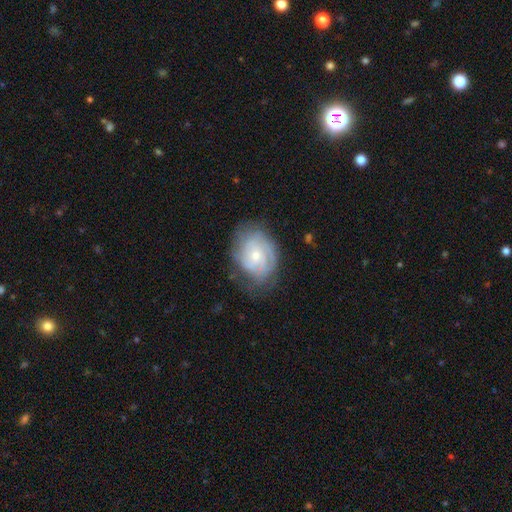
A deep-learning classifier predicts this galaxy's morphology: Smooth or featured?
  - featured or disk: 73% *
  - smooth: 21%
  - star or artifact: 6%
Edge-on disk?
  - no: 97% *
  - yes: 3%
Bar?
  - no: 69% *
  - weak: 27%
  - strong: 4%
Spiral arms?
  - yes: 90% *
  - no: 10%
Spiral winding?
  - tight: 65% *
  - medium: 28%
  - loose: 8%
Spiral arm count?
  - can't tell: 45% *
  - 2: 21%
  - 3: 17%
  - 4: 8%
  - 1: 5%
  - more than 4: 4%
Bulge size?
  - small: 63% *
  - moderate: 33%
  - none: 2%
  - large: 2%
  - dominant: 1%
Merging?
  - none: 66% *
  - minor disturbance: 23%
  - major disturbance: 10%
  - merger: 1%